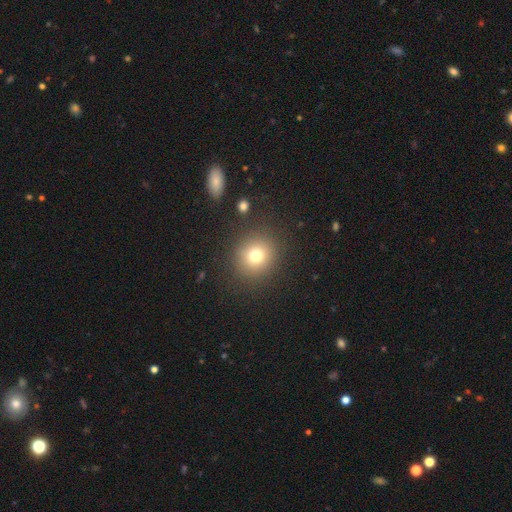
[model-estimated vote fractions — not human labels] A smooth galaxy with no disk features (75%) that is round (88%). Merging: none (88%).